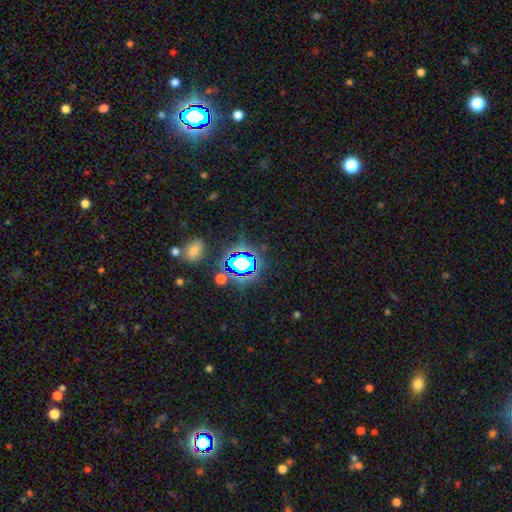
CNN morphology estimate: The model was most divided on "smooth or featured": star or artifact: 77%, smooth: 16%, featured or disk: 8%.